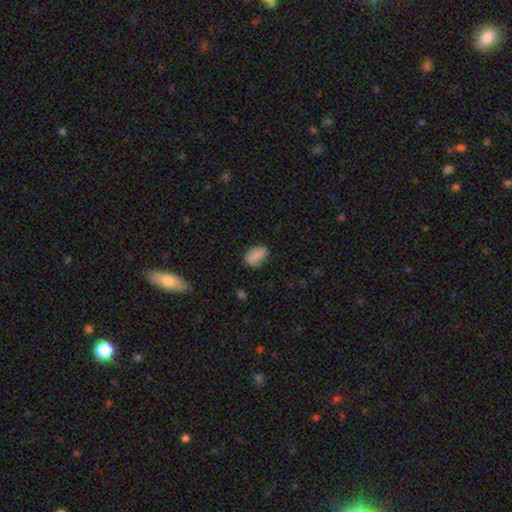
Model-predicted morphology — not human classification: A smooth galaxy with no disk features (83%) that is in between round and cigar-shaped (90%). Merging: none (69%).